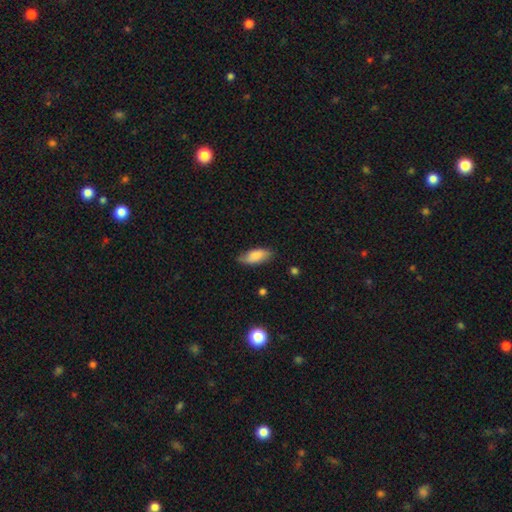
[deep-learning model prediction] Smooth or featured? Predicted: smooth (p=0.80). How rounded? Predicted: in between (p=0.83). Merging? Predicted: none (p=0.70).